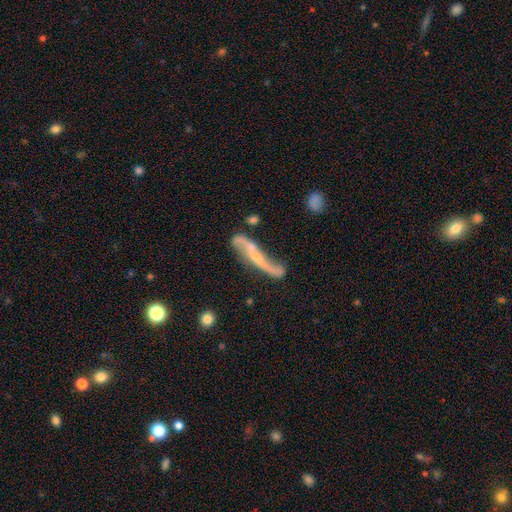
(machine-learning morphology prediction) smooth-or-featured: featured or disk: 76% | smooth: 17% | star or artifact: 7%
  disk-edge-on: no: 65% | yes: 34%
  merging: none: 48% | minor disturbance: 24% | major disturbance: 18% | merger: 11%